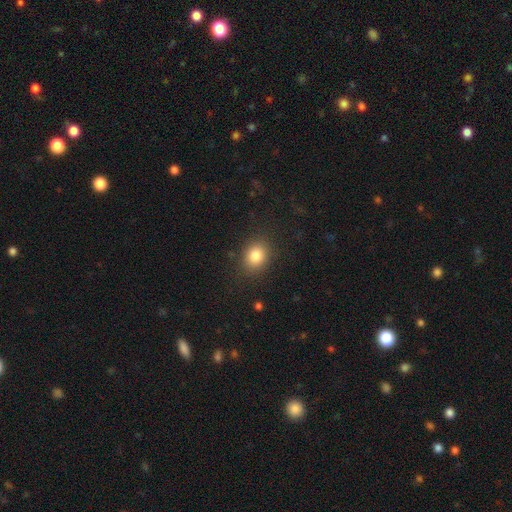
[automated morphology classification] A smooth galaxy with no disk features (83%) that is round (56%).

Vote fractions:
- Smooth or featured? smooth: 83% / star or artifact: 10% / featured or disk: 7%
- How rounded? round: 56% / in between: 43% / cigar-shaped: 1%
- Merging? none: 86% / minor disturbance: 10% / major disturbance: 4% / merger: 1%